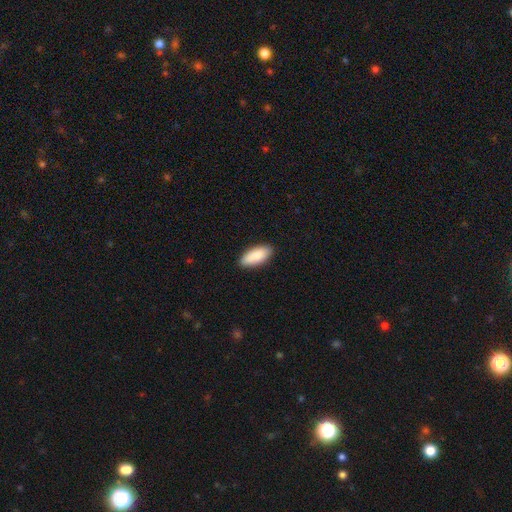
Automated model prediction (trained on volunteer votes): Q: Smooth or featured?
A: smooth (89%); runner-up: featured or disk (6%)
Q: How rounded?
A: in between (86%); runner-up: cigar-shaped (12%)
Q: Merging?
A: none (88%); runner-up: minor disturbance (9%)